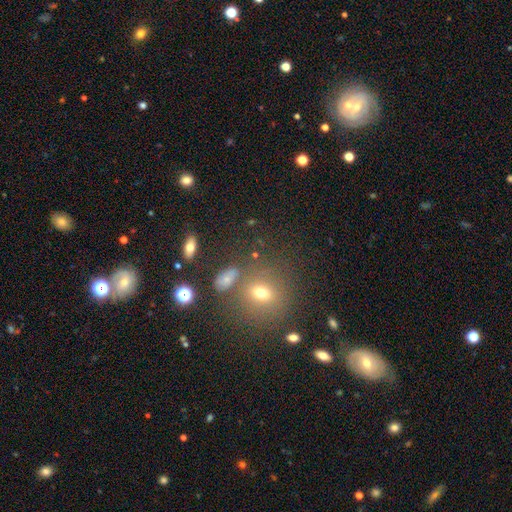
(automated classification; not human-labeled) Q: Smooth or featured?
A: smooth (57%); runner-up: star or artifact (25%)
Q: How rounded?
A: round (57%); runner-up: in between (37%)
Q: Merging?
A: none (65%); runner-up: merger (16%)